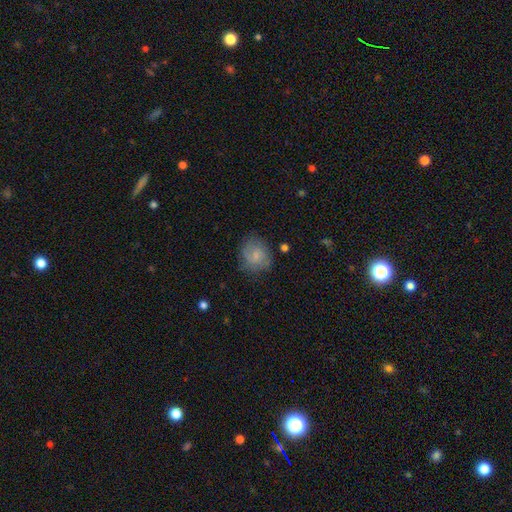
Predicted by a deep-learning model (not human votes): Smooth or featured?
  - smooth: 65% *
  - featured or disk: 27%
  - star or artifact: 8%
How rounded?
  - round: 74% *
  - in between: 25%
  - cigar-shaped: 1%
Merging?
  - none: 69% *
  - minor disturbance: 21%
  - major disturbance: 8%
  - merger: 2%